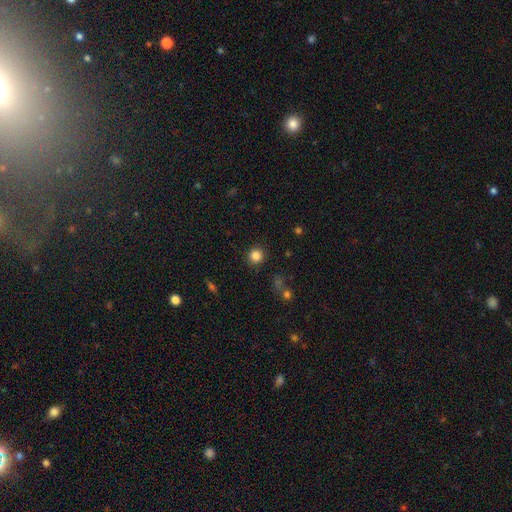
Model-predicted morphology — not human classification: Smooth or featured? Predicted: smooth (p=0.84). How rounded? Predicted: round (p=0.92). Merging? Predicted: none (p=0.91).